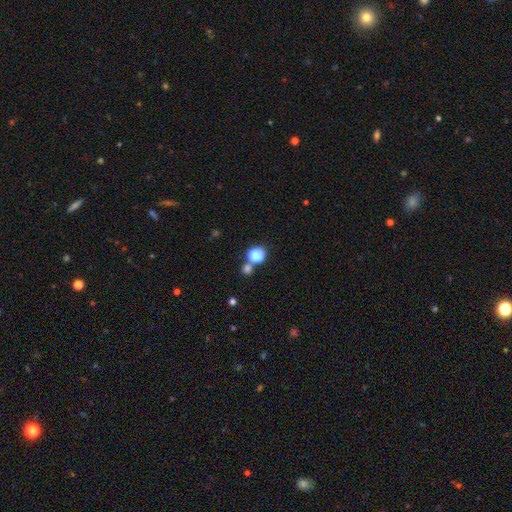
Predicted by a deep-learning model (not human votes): The model was most divided on "merging": merger: 45%, none: 39%, minor disturbance: 11%, major disturbance: 6%. More confident: smooth or featured — smooth (83%); how rounded — round (71%).